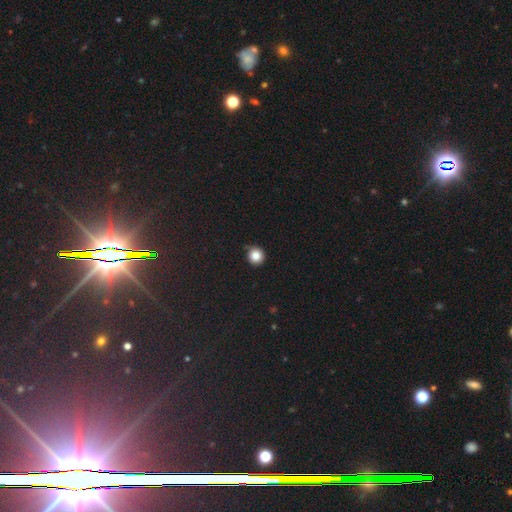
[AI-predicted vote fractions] smooth-or-featured: smooth: 84% | star or artifact: 11% | featured or disk: 5%
  how-rounded: round: 92% | in between: 7% | cigar-shaped: 1%
  merging: none: 78% | minor disturbance: 17% | major disturbance: 3% | merger: 2%